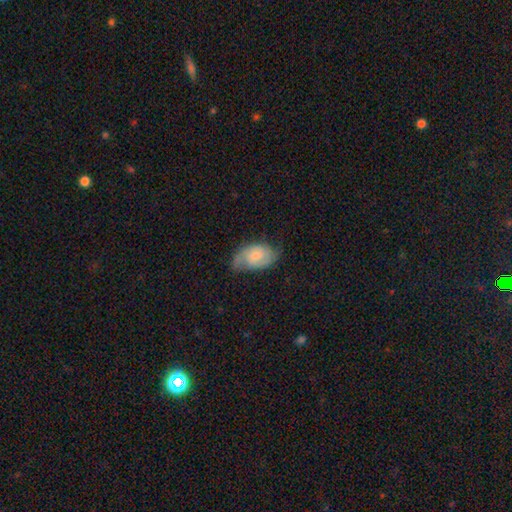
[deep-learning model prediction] Smooth or featured?
  - featured or disk: 57% *
  - smooth: 37%
  - star or artifact: 7%
Edge-on disk?
  - no: 96% *
  - yes: 4%
Bar?
  - no: 65% *
  - weak: 30%
  - strong: 4%
Spiral arms?
  - yes: 88% *
  - no: 12%
Bulge size?
  - small: 50% *
  - moderate: 35%
  - none: 9%
  - large: 5%
  - dominant: 2%
Merging?
  - none: 59% *
  - minor disturbance: 29%
  - major disturbance: 11%
  - merger: 2%